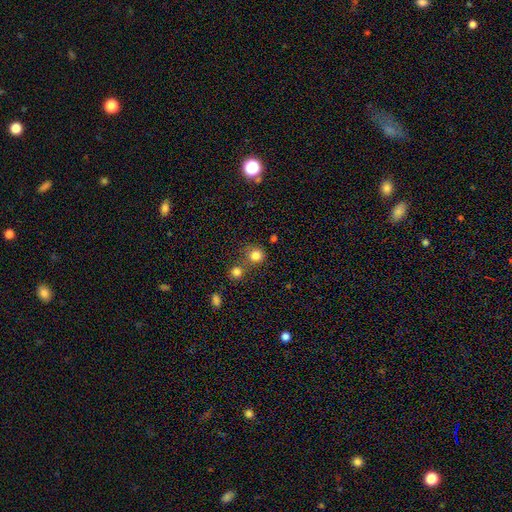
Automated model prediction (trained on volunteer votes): Smooth or featured? smooth (81%)
How rounded? round (89%)
Merging? none (65%)